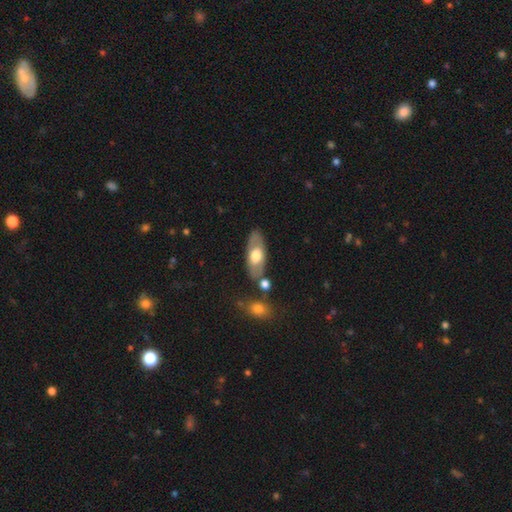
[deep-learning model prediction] This appears to be a smooth galaxy with no disk features (53%) that is in between round and cigar-shaped (84%). Merging: none (78%).